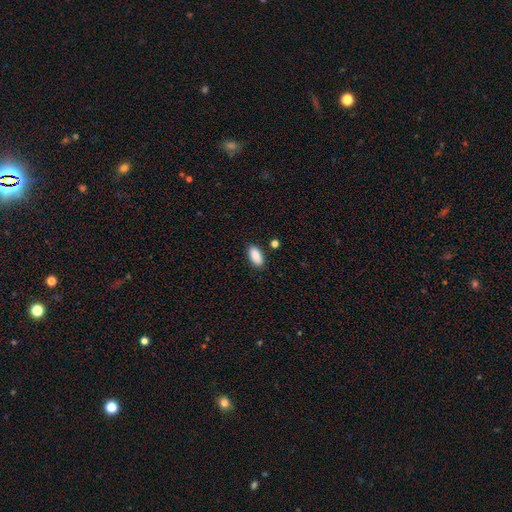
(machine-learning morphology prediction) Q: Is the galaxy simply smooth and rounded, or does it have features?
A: smooth — 90%.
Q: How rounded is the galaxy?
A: in between — 90%.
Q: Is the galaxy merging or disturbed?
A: none — 86%.